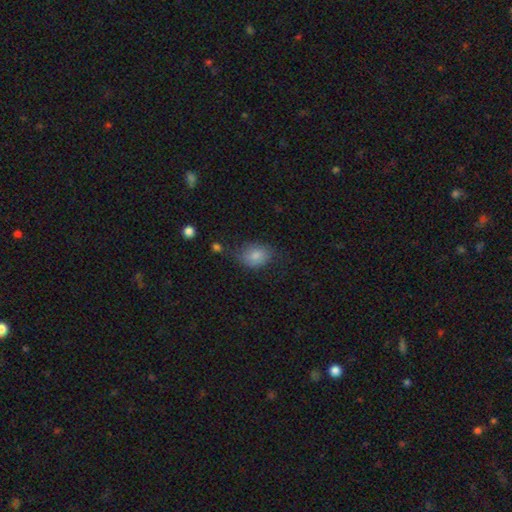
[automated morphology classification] Smooth or featured: smooth — 78% (featured or disk — 12%)
How rounded: in between — 69% (round — 30%)
Merging: none — 64% (minor disturbance — 26%)